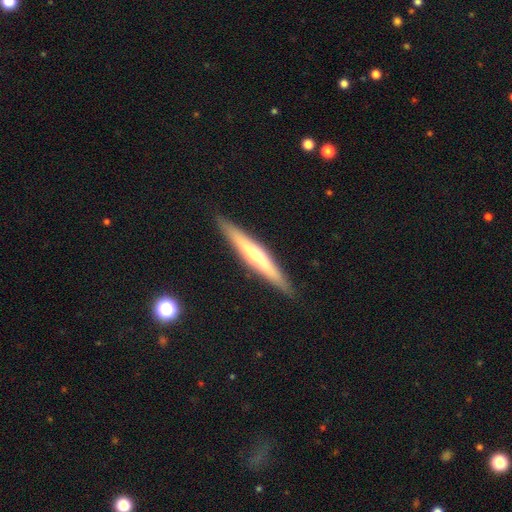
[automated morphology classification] Q: Smooth or featured?
A: featured or disk (56%); runner-up: smooth (38%)
Q: Edge-on disk?
A: yes (95%); runner-up: no (5%)
Q: Edge-on bulge?
A: rounded (62%); runner-up: none (29%)
Q: Merging?
A: none (90%); runner-up: minor disturbance (7%)